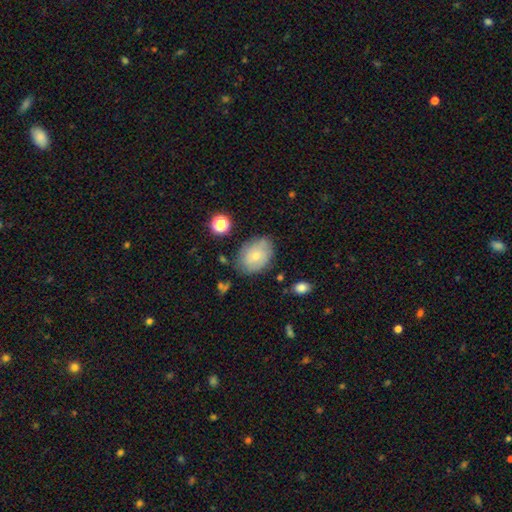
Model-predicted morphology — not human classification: type=smooth (68%); roundness=in between (69%); merging=none (71%).